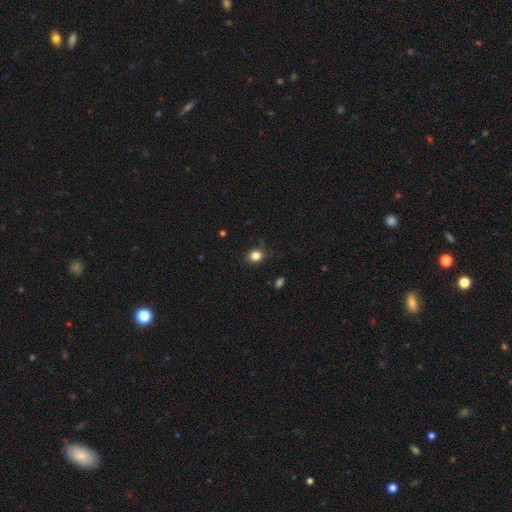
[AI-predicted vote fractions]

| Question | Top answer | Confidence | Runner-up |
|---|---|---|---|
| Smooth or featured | smooth | 84% | star or artifact (11%) |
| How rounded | round | 56% | in between (43%) |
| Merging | none | 81% | minor disturbance (15%) |